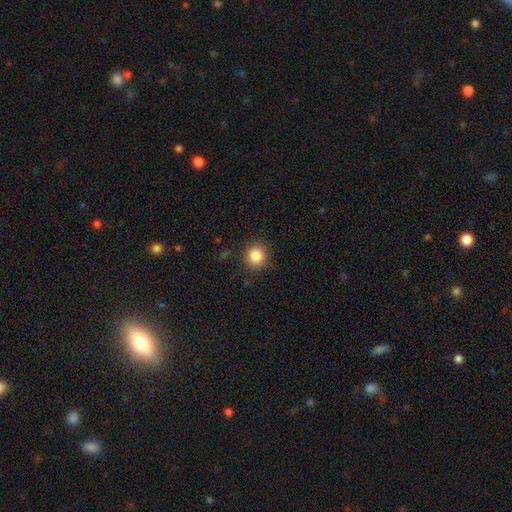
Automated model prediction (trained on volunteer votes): The model was most divided on "smooth or featured": smooth: 85%, star or artifact: 11%, featured or disk: 4%. More confident: merging — none (87%); how rounded — round (87%).